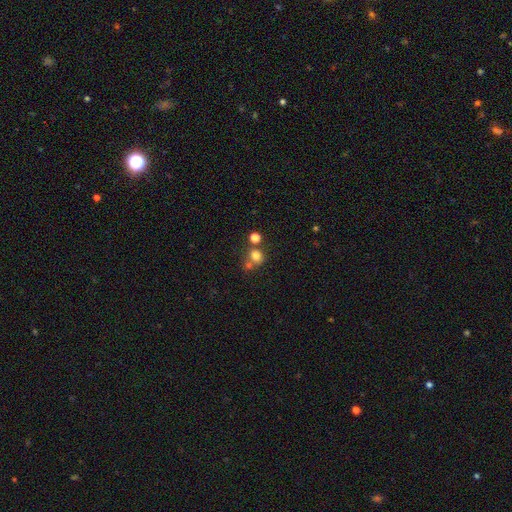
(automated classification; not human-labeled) smooth_or_featured: smooth (p=0.75) [alt: star or artifact p=0.16]
how_rounded: round (p=0.81) [alt: in between p=0.18]
merging: none (p=0.53) [alt: merger p=0.33]